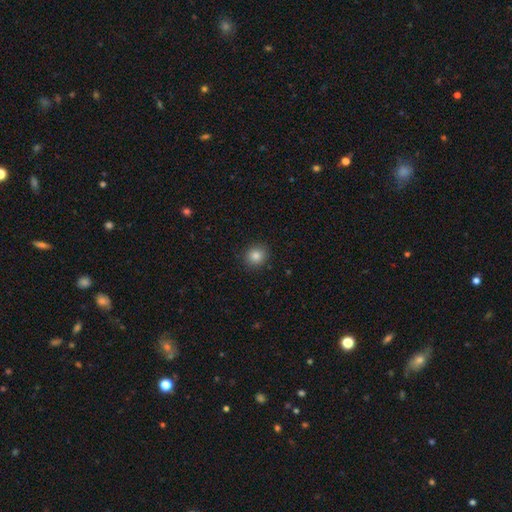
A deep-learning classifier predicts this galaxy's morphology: Smooth or featured? Predicted: smooth (p=0.84). How rounded? Predicted: round (p=0.88). Merging? Predicted: none (p=0.91).